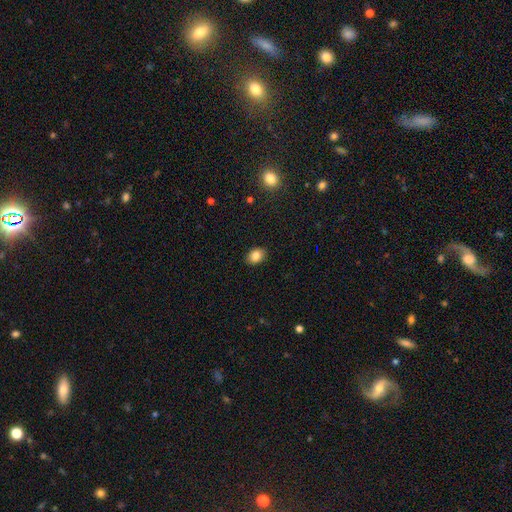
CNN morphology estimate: A smooth galaxy with no disk features (84%) that is in between round and cigar-shaped (72%). Merging: none (89%).